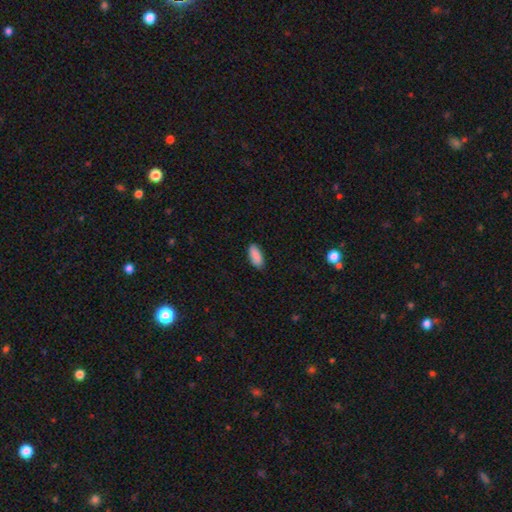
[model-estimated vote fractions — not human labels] This appears to be a smooth galaxy with no disk features (89%) that is in between round and cigar-shaped (84%). Merging: none (87%).